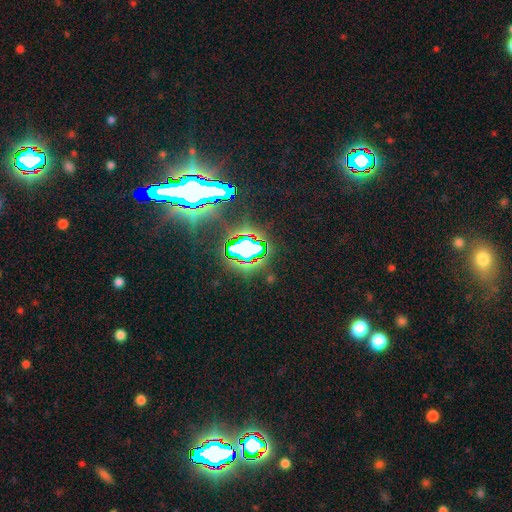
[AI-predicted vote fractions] Smooth or featured: star or artifact — 81% (smooth — 10%)